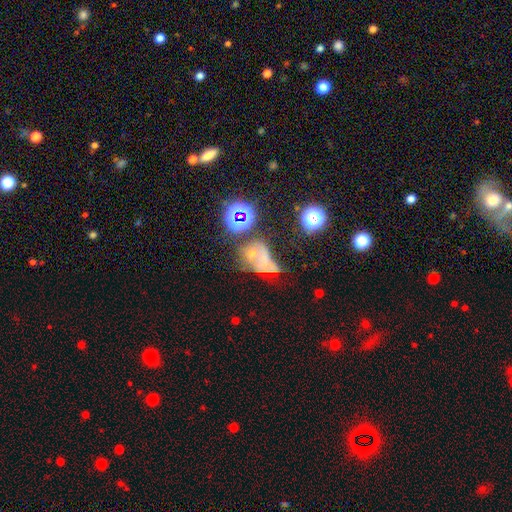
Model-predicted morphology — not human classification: This is marginally a star or artifact rather than a galaxy (40%).